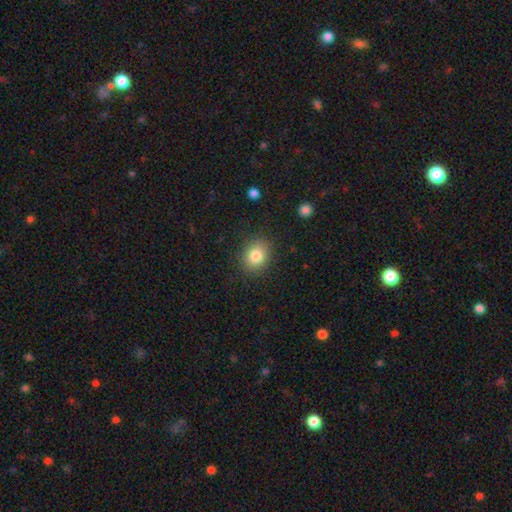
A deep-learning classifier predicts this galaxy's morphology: This is clearly a smooth galaxy (82%). How rounded: possibly round (55%). Merging: clearly none (87%).